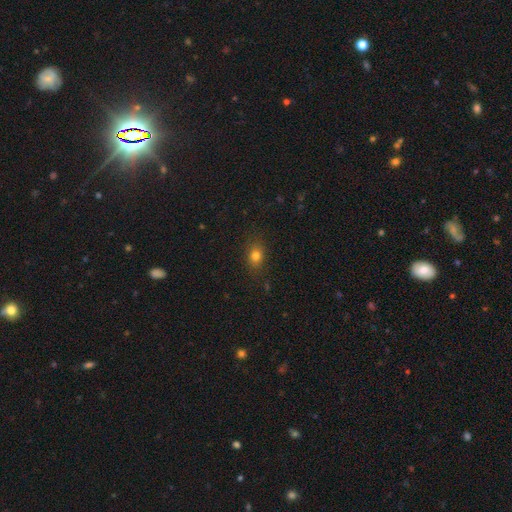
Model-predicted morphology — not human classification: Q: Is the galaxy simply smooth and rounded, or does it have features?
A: smooth — 77%.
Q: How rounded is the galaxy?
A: in between — 60%.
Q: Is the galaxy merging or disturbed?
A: none — 84%.